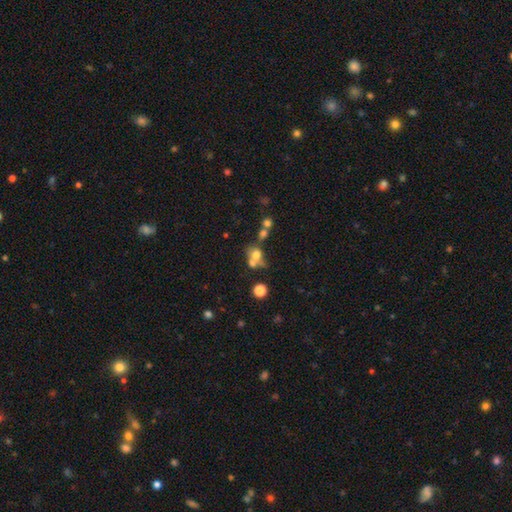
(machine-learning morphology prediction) smooth 64%, featured or disk 20%, star or artifact 16%. Down the decision tree: how rounded — round (66%); merging — merger (48%).